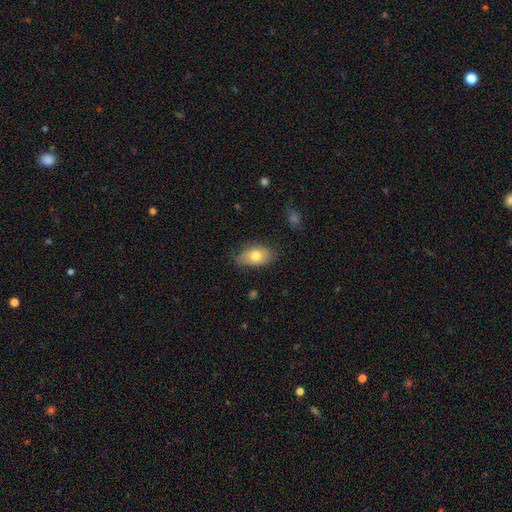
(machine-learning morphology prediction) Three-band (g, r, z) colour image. It shows a smooth galaxy with no disk features (75%) that is in between round and cigar-shaped (91%). Merging: none (75%).